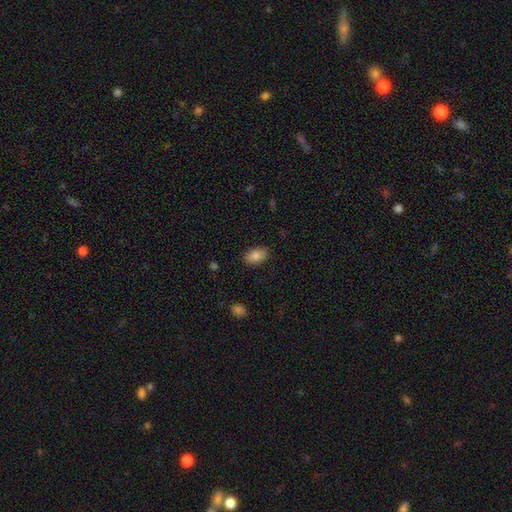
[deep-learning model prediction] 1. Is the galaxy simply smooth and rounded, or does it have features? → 83% smooth, 9% featured or disk, 8% star or artifact.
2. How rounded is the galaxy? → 90% in between, 8% round, 2% cigar-shaped.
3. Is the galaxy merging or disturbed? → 86% none, 11% minor disturbance, 2% major disturbance, 1% merger.